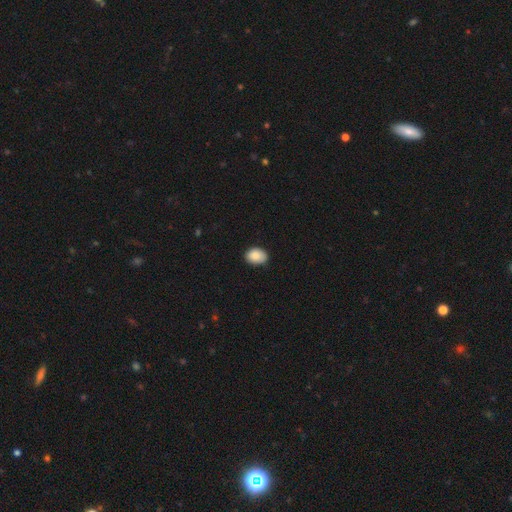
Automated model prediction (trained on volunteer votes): smooth 88%, star or artifact 7%, featured or disk 4%. Down the decision tree: how rounded — in between (73%); merging — none (85%).